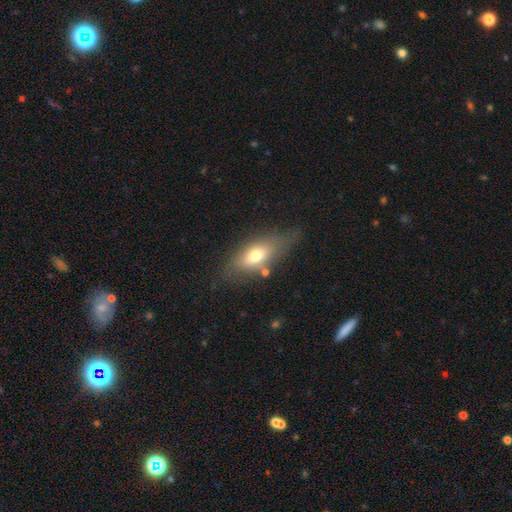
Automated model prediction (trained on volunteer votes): Smooth or featured?
  - smooth: 64% *
  - featured or disk: 28%
  - star or artifact: 8%
How rounded?
  - in between: 77% *
  - cigar-shaped: 18%
  - round: 6%
Merging?
  - none: 58% *
  - minor disturbance: 24%
  - major disturbance: 12%
  - merger: 6%